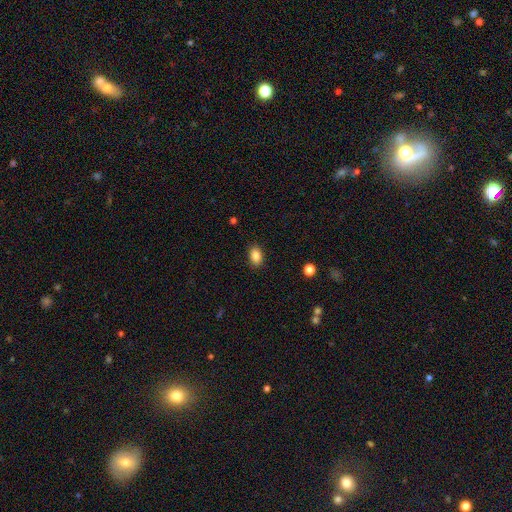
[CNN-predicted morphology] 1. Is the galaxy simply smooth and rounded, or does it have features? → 86% smooth, 9% star or artifact, 5% featured or disk.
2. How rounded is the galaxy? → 86% in between, 12% round, 2% cigar-shaped.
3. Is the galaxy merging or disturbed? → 89% none, 8% minor disturbance, 2% major disturbance, 1% merger.